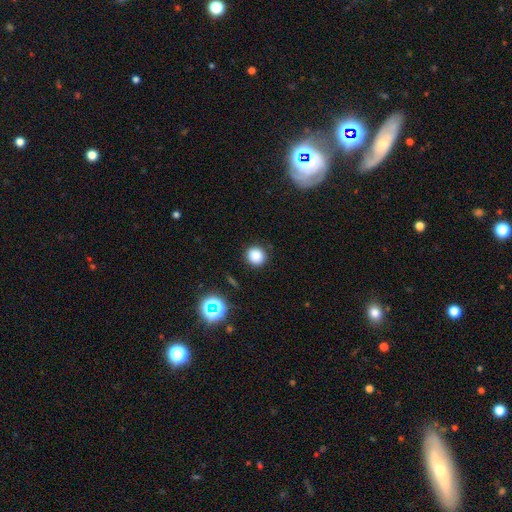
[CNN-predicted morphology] Smooth or featured? Predicted: smooth (p=0.83). How rounded? Predicted: round (p=0.88). Merging? Predicted: none (p=0.89).